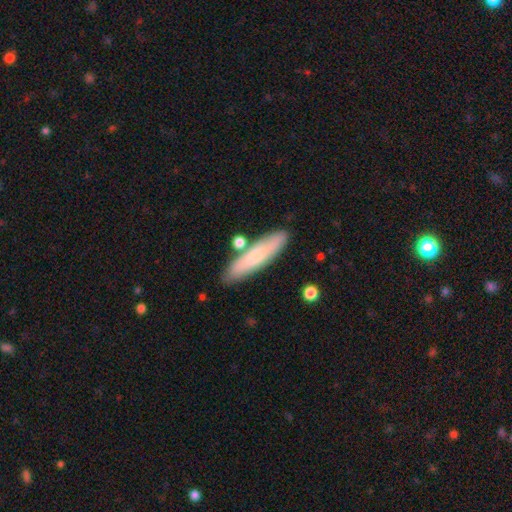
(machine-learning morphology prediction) Q: Smooth or featured?
A: smooth (71%); runner-up: featured or disk (23%)
Q: How rounded?
A: cigar-shaped (78%); runner-up: in between (21%)
Q: Merging?
A: none (79%); runner-up: minor disturbance (12%)